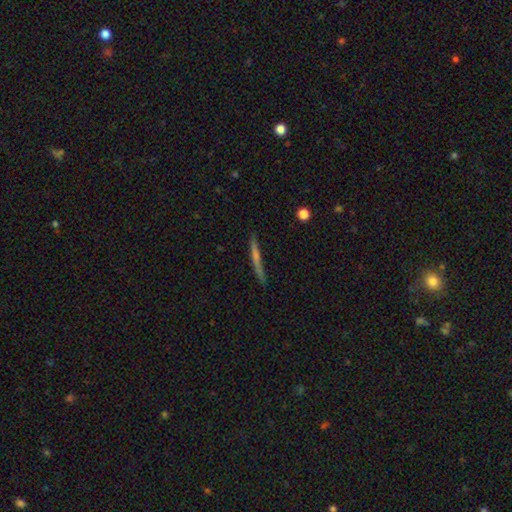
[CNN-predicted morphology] Q: Smooth or featured?
A: smooth (47%); runner-up: featured or disk (46%)
Q: Merging?
A: none (84%); runner-up: minor disturbance (12%)